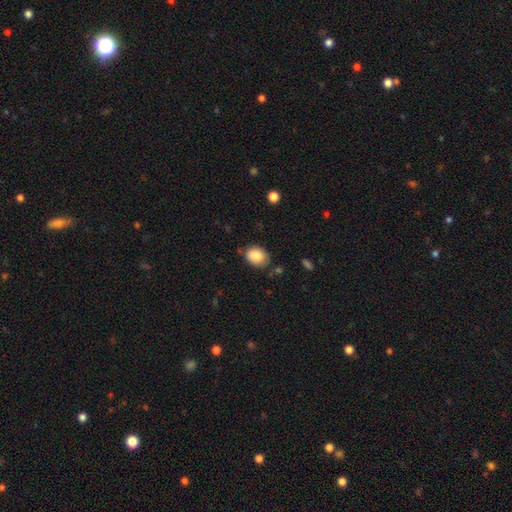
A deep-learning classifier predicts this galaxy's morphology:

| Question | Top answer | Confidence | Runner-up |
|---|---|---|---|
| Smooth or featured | smooth | 87% | star or artifact (7%) |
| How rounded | in between | 65% | round (34%) |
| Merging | none | 77% | minor disturbance (17%) |